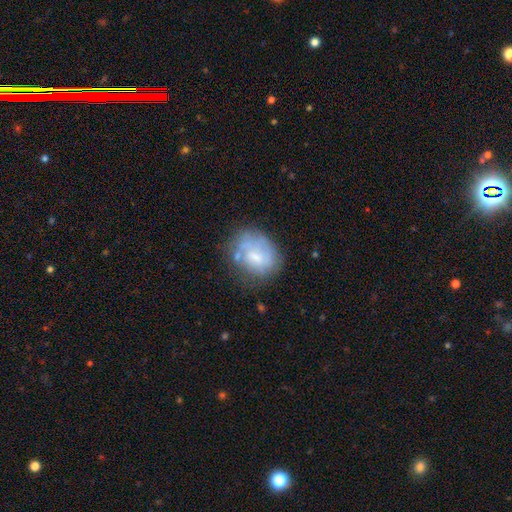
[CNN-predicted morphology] Smooth or featured? smooth (51%)
How rounded? in between (56%)
Merging? none (50%)